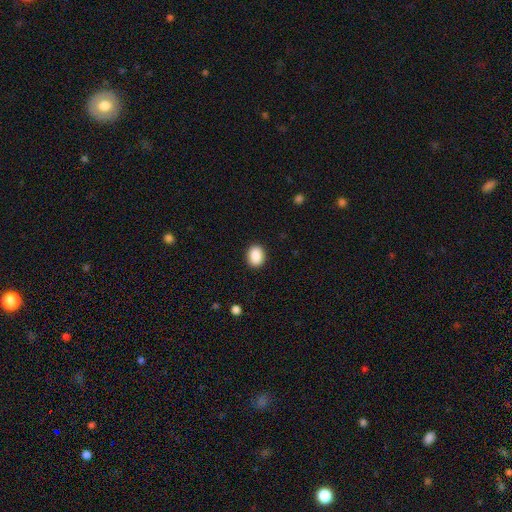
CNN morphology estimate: A smooth galaxy with no disk features (90%) that is in between round and cigar-shaped (63%).

Vote fractions:
- Smooth or featured? smooth: 90% / star or artifact: 8% / featured or disk: 3%
- How rounded? in between: 63% / round: 36% / cigar-shaped: 1%
- Merging? none: 90% / minor disturbance: 7% / major disturbance: 2% / merger: 1%